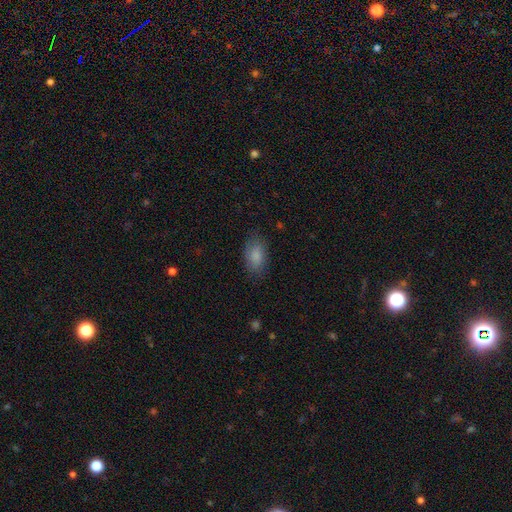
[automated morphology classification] type=smooth (86%); roundness=in between (92%); merging=none (79%).